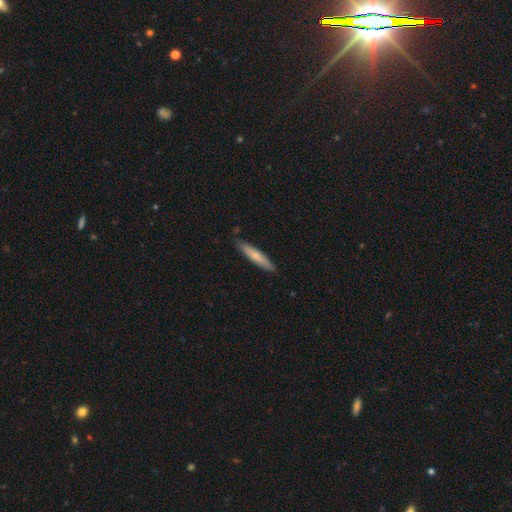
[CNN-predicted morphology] A smooth galaxy with no disk features (69%) that is cigar-shaped (89%). Merging: none (86%).